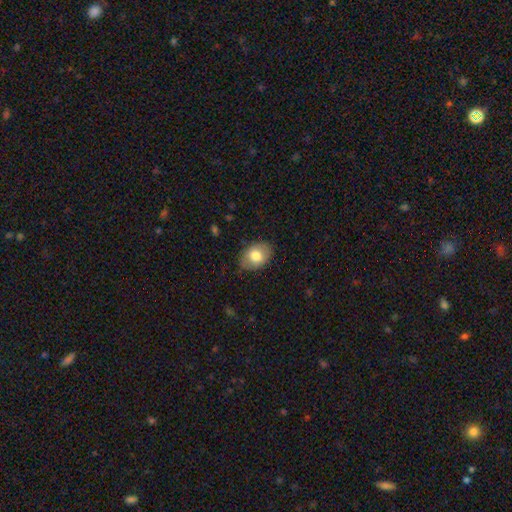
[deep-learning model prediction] smooth-or-featured: smooth: 75% | featured or disk: 18% | star or artifact: 7%
  how-rounded: in between: 77% | round: 22% | cigar-shaped: 1%
  merging: none: 81% | minor disturbance: 15% | major disturbance: 3% | merger: 1%